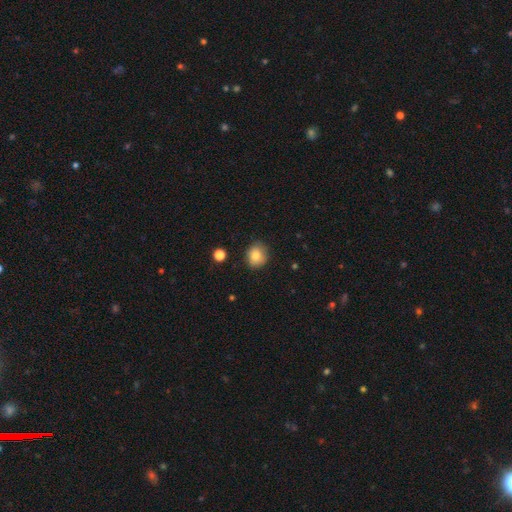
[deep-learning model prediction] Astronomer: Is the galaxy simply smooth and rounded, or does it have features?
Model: smooth — 83%.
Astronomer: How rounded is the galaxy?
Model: round — 72%.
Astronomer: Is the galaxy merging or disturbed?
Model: none — 81%.